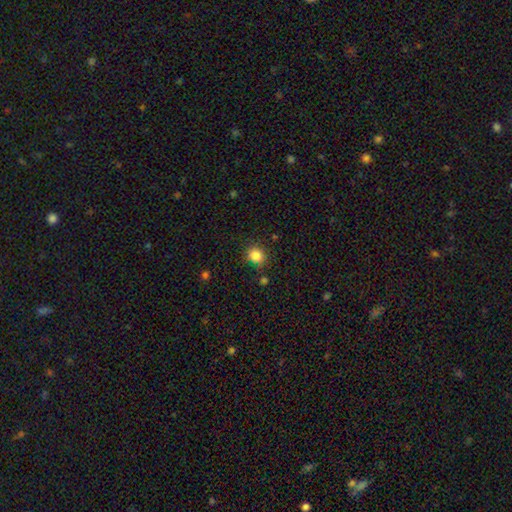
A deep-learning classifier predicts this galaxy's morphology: Overall: smooth (85%). How rounded: round (72%). Merging: none (82%).